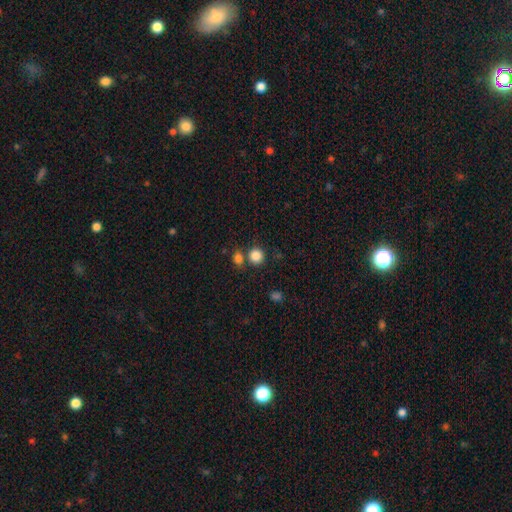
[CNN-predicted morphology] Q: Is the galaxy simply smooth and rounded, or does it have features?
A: smooth — 84%.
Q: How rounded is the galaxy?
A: round — 88%.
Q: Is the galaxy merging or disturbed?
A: none — 71%.